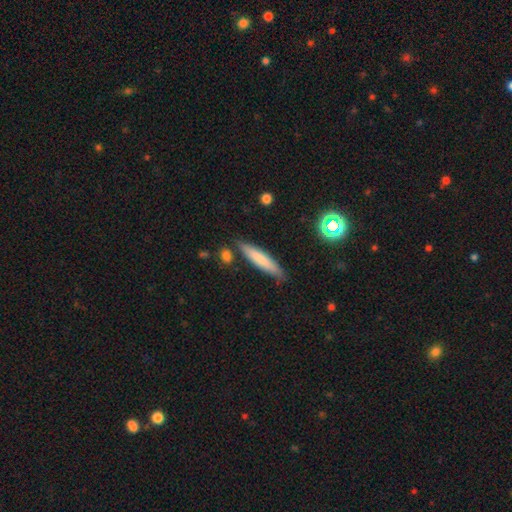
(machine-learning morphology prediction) A smooth galaxy with no disk features (70%) that is cigar-shaped (89%).

Vote fractions:
- Smooth or featured? smooth: 70% / featured or disk: 22% / star or artifact: 8%
- How rounded? cigar-shaped: 89% / in between: 10% / round: 2%
- Merging? none: 83% / minor disturbance: 11% / merger: 4% / major disturbance: 2%